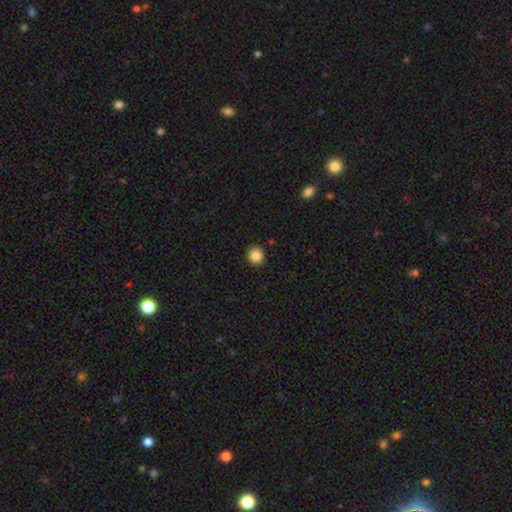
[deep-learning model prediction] Smooth or featured? smooth (86%)
How rounded? round (89%)
Merging? none (92%)